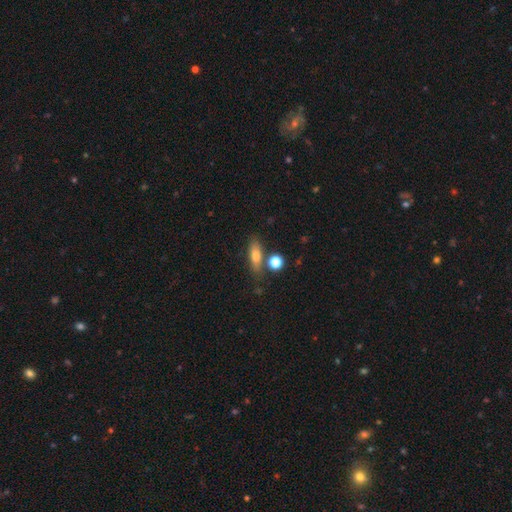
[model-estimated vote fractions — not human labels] Q: Smooth or featured?
A: smooth (70%); runner-up: featured or disk (20%)
Q: How rounded?
A: in between (47%); runner-up: cigar-shaped (46%)
Q: Merging?
A: none (70%); runner-up: minor disturbance (14%)